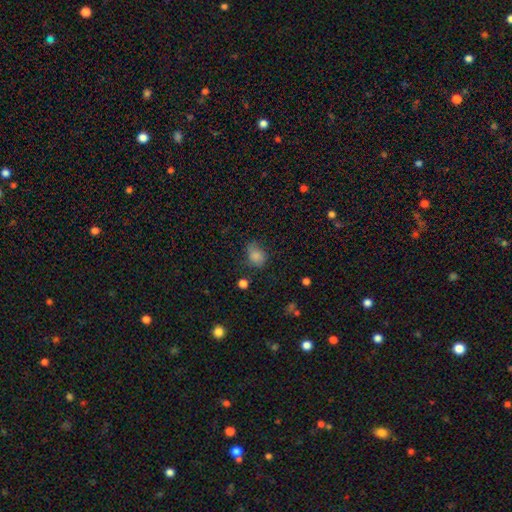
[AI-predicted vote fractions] Smooth or featured? Predicted: smooth (p=0.81). How rounded? Predicted: in between (p=0.56). Merging? Predicted: none (p=0.59).